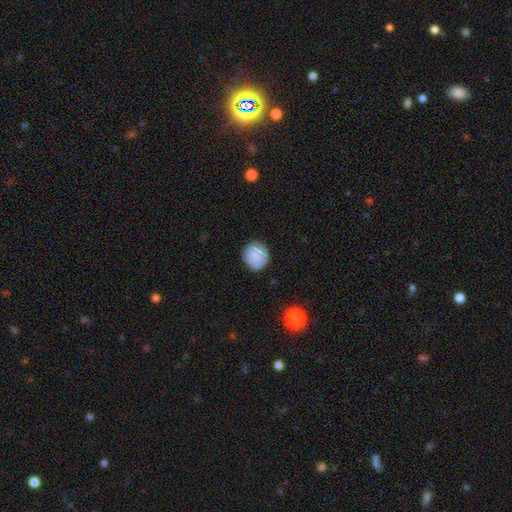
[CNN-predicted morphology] Overall: smooth (83%). How rounded: round (86%). Merging: none (83%).